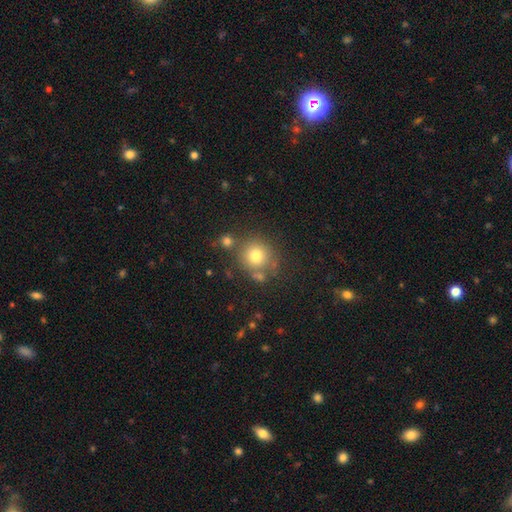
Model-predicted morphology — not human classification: A smooth galaxy with no disk features (75%) that is round (91%).

Vote fractions:
- Smooth or featured? smooth: 75% / star or artifact: 14% / featured or disk: 11%
- How rounded? round: 91% / in between: 8% / cigar-shaped: 1%
- Merging? none: 73% / merger: 12% / minor disturbance: 11% / major disturbance: 4%